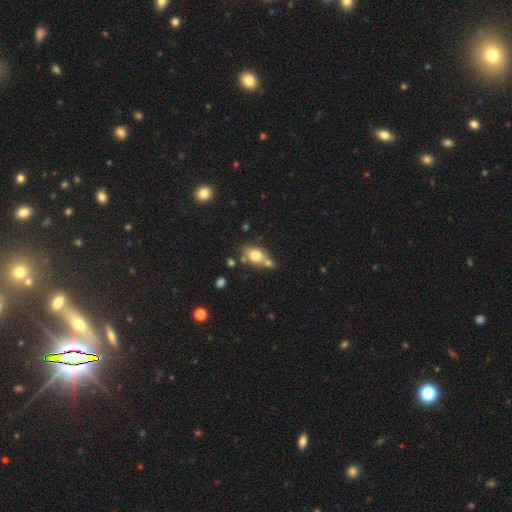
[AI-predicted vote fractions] This is likely a smooth galaxy (72%). How rounded: likely in between (73%). Merging: marginally none (41%).